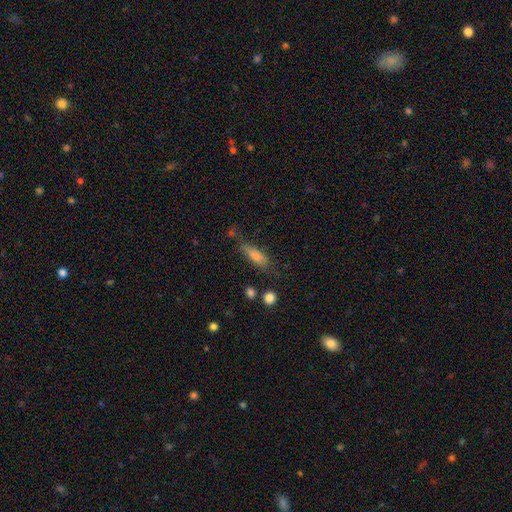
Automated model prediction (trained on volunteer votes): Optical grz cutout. It shows a smooth galaxy with no disk features (69%) that is cigar-shaped (58%). Merging: none (61%).